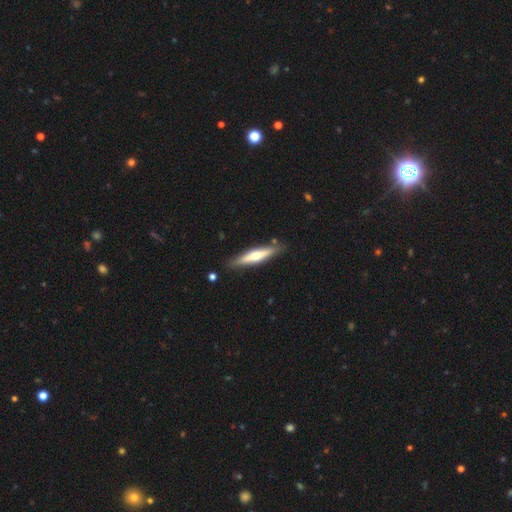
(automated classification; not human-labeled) A featured or disk galaxy (51%) viewed edge-on (94%).

Vote fractions:
- Smooth or featured? featured or disk: 51% / smooth: 44% / star or artifact: 5%
- Edge-on disk? yes: 94% / no: 6%
- Merging? none: 85% / minor disturbance: 10% / merger: 3% / major disturbance: 2%